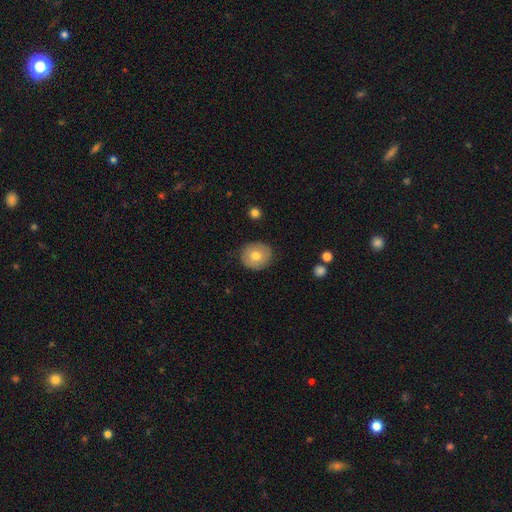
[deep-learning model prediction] smooth_or_featured: smooth (p=0.72) [alt: featured or disk p=0.19]
how_rounded: round (p=0.83) [alt: in between p=0.16]
merging: none (p=0.86) [alt: minor disturbance p=0.10]